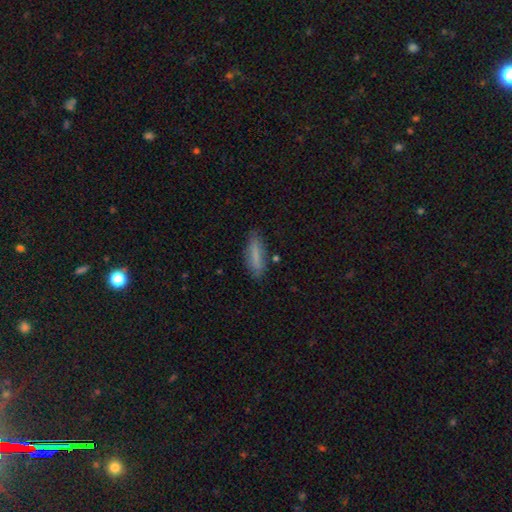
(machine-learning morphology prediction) type=smooth (76%); roundness=cigar-shaped (58%); merging=none (78%).